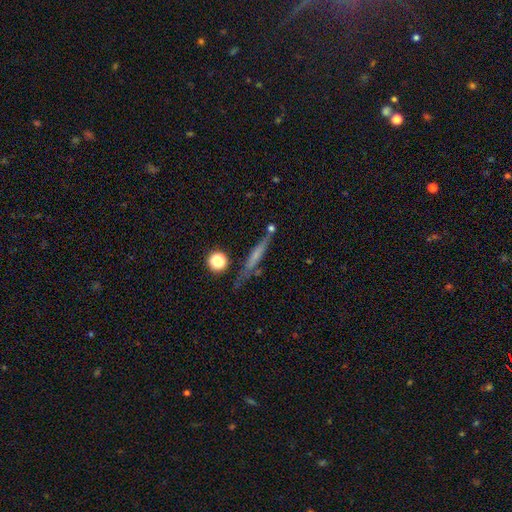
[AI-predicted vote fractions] smooth_or_featured: featured or disk (p=0.49) [alt: smooth p=0.41]
merging: none (p=0.76) [alt: minor disturbance p=0.14]